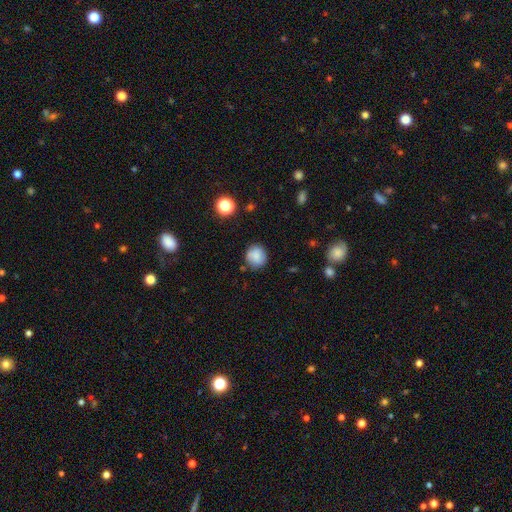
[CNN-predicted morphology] type=smooth (85%); roundness=round (86%); merging=none (82%).